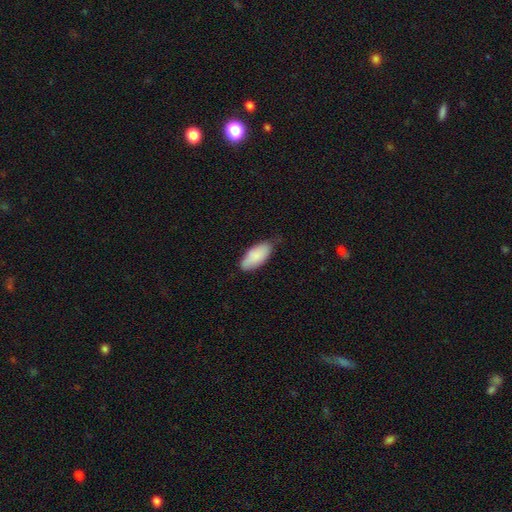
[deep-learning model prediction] Smooth or featured? Predicted: smooth (p=0.87). How rounded? Predicted: in between (p=0.88). Merging? Predicted: none (p=0.69).